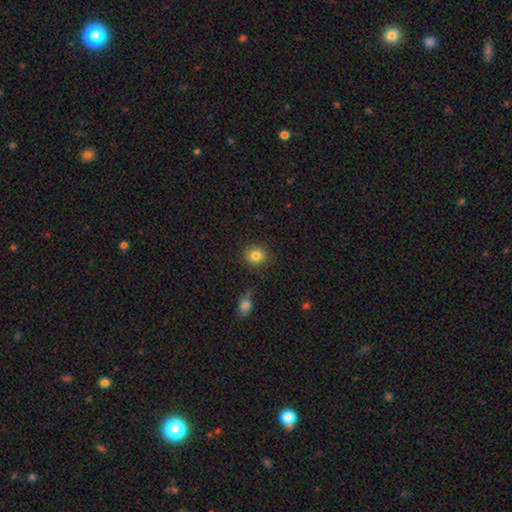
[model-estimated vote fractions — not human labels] Morphology: type=smooth (83%); roundness=round (81%); merging=none (85%).